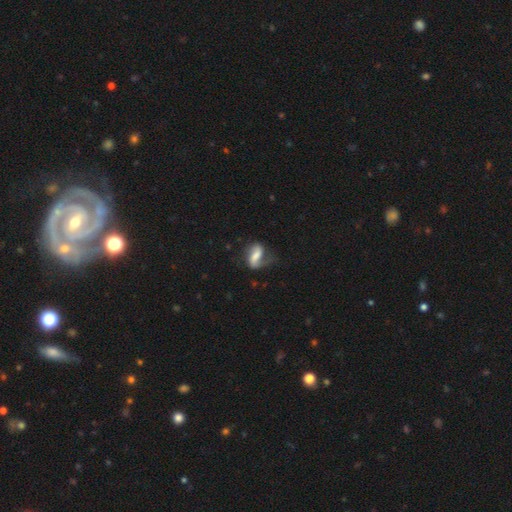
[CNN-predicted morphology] type=featured or disk (57%); edge-on=no (94%); bar=strong (42%); spiral arms=yes (83%); bulge=moderate (30%); merging=none (43%).